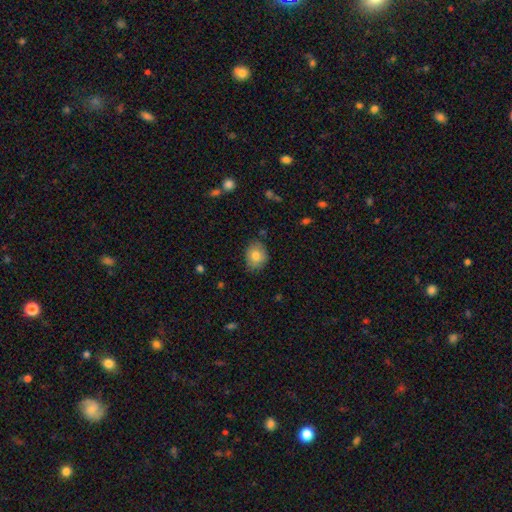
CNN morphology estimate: Overall: smooth (80%). How rounded: round (54%; in between 45%). Merging: none (80%).